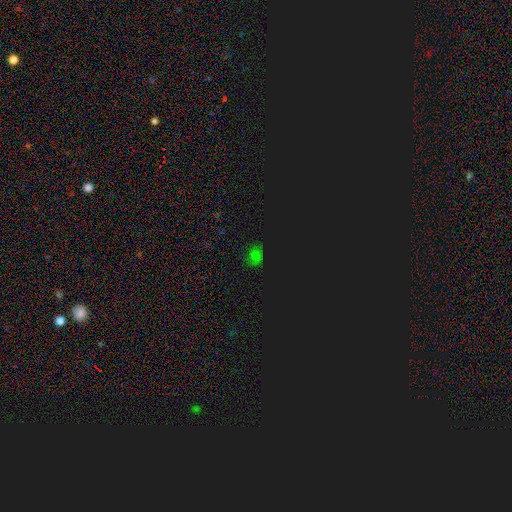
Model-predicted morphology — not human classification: Q: Smooth or featured?
A: star or artifact (56%); runner-up: smooth (38%)